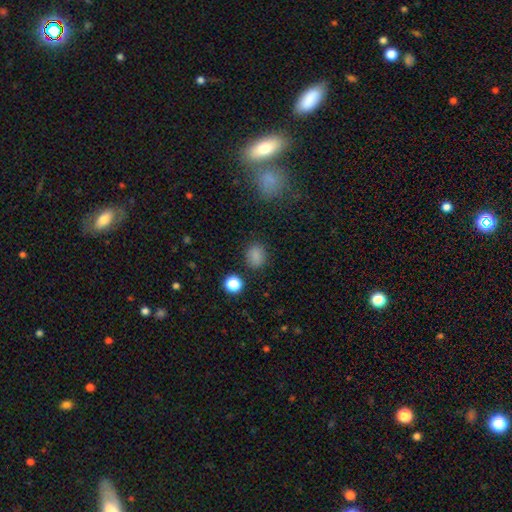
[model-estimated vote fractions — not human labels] This is clearly a smooth galaxy (81%). How rounded: possibly round (55%). Merging: clearly none (83%).